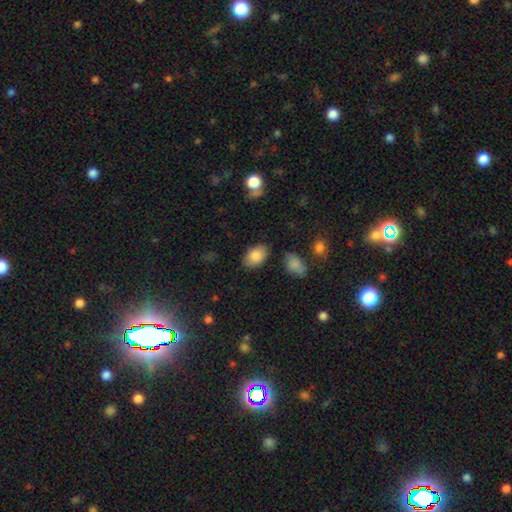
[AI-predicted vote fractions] The model was most divided on "merging": none: 81%, minor disturbance: 13%, major disturbance: 3%, merger: 3%. More confident: how rounded — in between (88%); smooth or featured — smooth (86%).